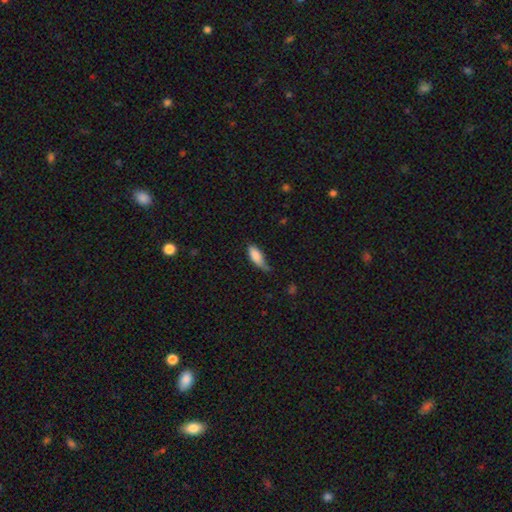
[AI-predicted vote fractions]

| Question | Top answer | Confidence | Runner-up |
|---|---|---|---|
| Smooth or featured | smooth | 85% | featured or disk (8%) |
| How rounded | in between | 78% | cigar-shaped (20%) |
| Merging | minor disturbance | 43% | none (41%) |